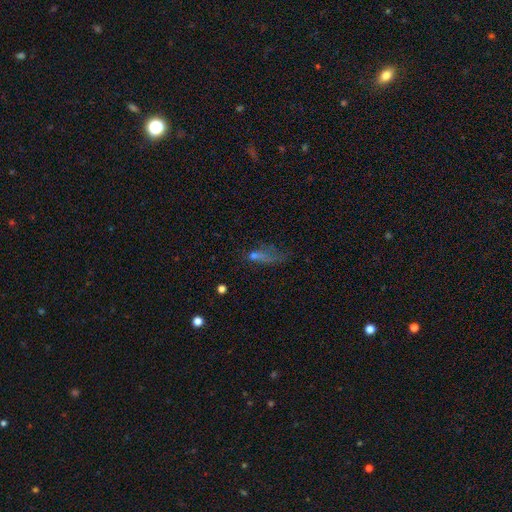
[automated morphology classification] The model was most divided on "merging": major disturbance: 44%, none: 30%, minor disturbance: 19%, merger: 6%. Remaining: smooth or featured — smooth (47%).